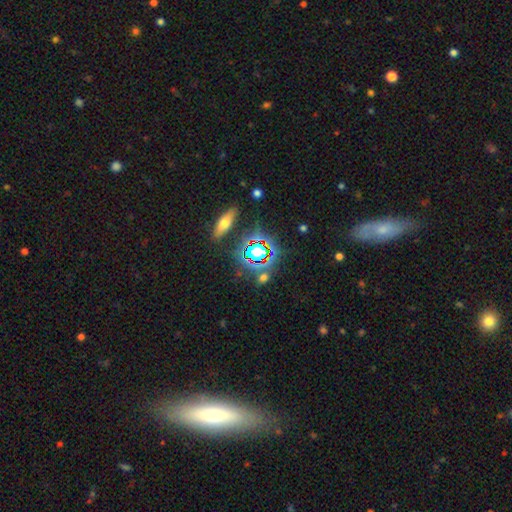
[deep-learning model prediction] Smooth or featured? Predicted: star or artifact (p=0.59).